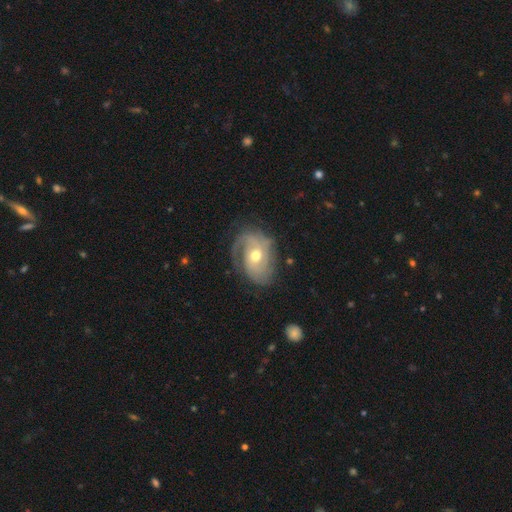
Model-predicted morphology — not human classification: The model was most divided on "spiral winding": tight: 46%, medium: 36%, loose: 18%. Remaining: edge-on disk — no (96%); spiral arms — yes (91%); smooth or featured — featured or disk (80%); bulge size — moderate (76%); bar — no (69%); merging — none (63%); spiral arm count — 2 (38%).